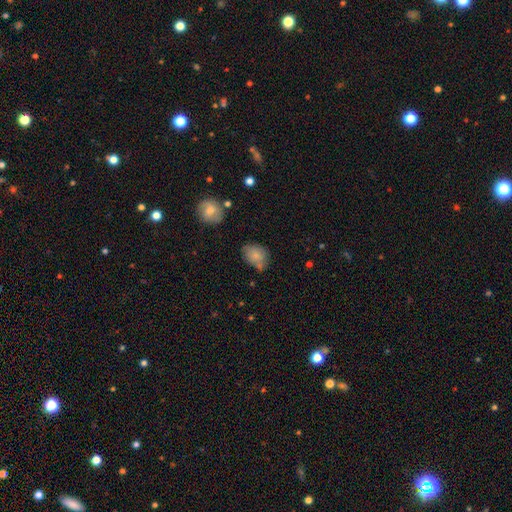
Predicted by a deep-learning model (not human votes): smooth_or_featured: smooth (p=0.80) [alt: featured or disk p=0.11]
how_rounded: in between (p=0.69) [alt: round p=0.30]
merging: none (p=0.56) [alt: minor disturbance p=0.27]